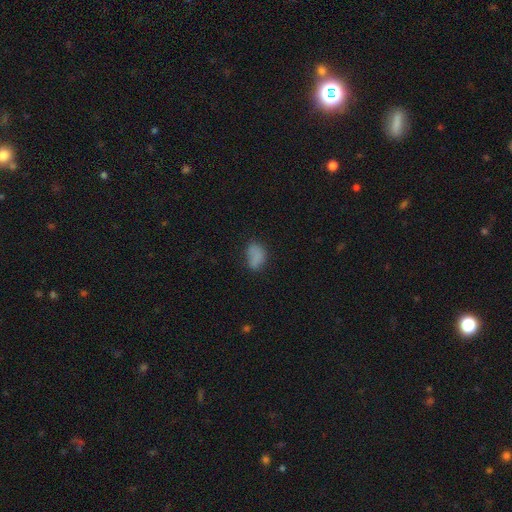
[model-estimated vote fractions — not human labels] Smooth or featured?
  - smooth: 78% *
  - star or artifact: 12%
  - featured or disk: 10%
How rounded?
  - in between: 82% *
  - round: 16%
  - cigar-shaped: 2%
Merging?
  - none: 54% *
  - minor disturbance: 27%
  - major disturbance: 12%
  - merger: 7%